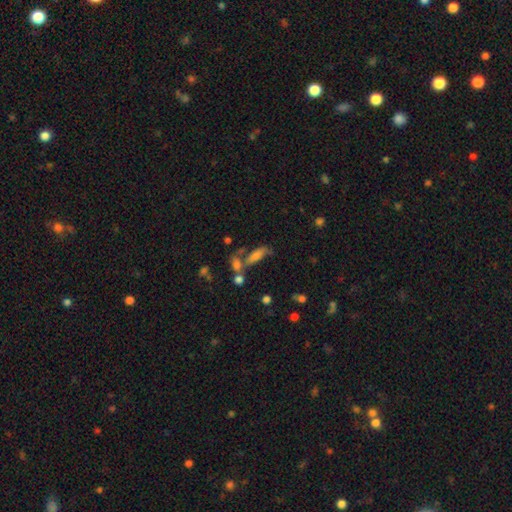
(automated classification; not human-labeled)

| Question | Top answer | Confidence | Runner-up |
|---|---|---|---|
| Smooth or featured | smooth | 60% | featured or disk (24%) |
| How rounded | in between | 55% | cigar-shaped (40%) |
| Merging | none | 41% | merger (31%) |